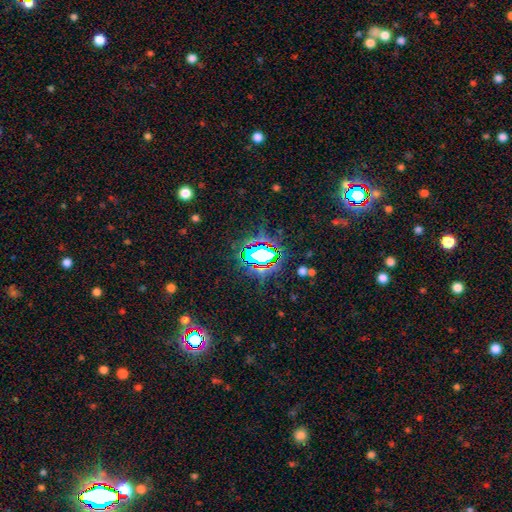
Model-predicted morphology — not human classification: smooth_or_featured: star or artifact (p=0.77) [alt: smooth p=0.14]